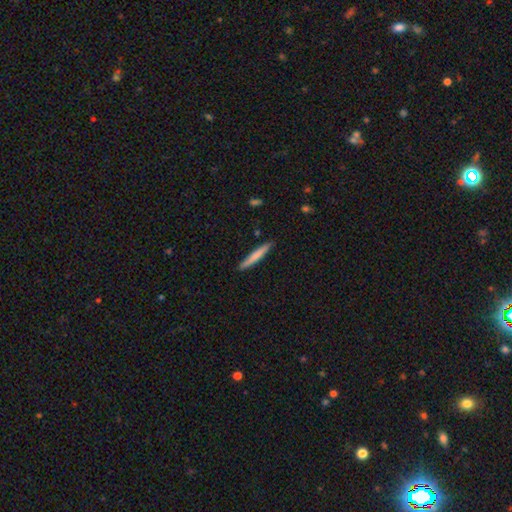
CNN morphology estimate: Smooth or featured? Predicted: smooth (p=0.72). How rounded? Predicted: cigar-shaped (p=0.95). Merging? Predicted: none (p=0.89).